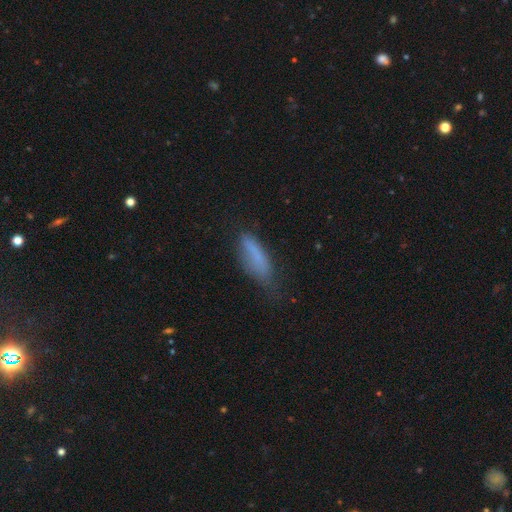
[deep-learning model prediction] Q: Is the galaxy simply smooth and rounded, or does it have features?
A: smooth — 72%.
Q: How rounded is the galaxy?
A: cigar-shaped — 54%.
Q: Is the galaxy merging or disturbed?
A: none — 49%.